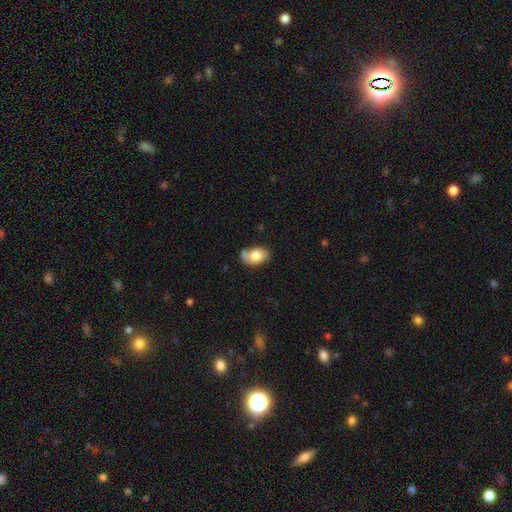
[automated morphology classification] A smooth galaxy with no disk features (75%) that is in between round and cigar-shaped (81%). Merging: none (52%).